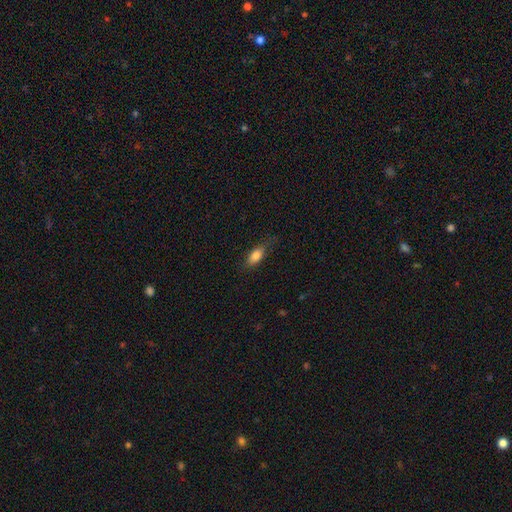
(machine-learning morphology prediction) smooth_or_featured: smooth (p=0.82) [alt: featured or disk p=0.10]
how_rounded: in between (p=0.80) [alt: cigar-shaped p=0.16]
merging: none (p=0.74) [alt: minor disturbance p=0.19]